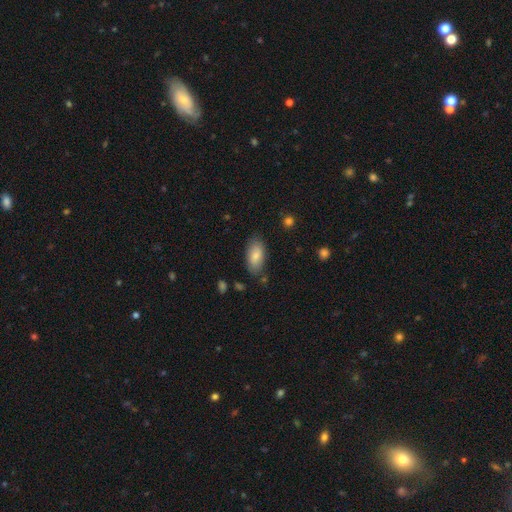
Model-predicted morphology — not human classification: Smooth or featured? Predicted: smooth (p=0.82). How rounded? Predicted: in between (p=0.91). Merging? Predicted: none (p=0.80).